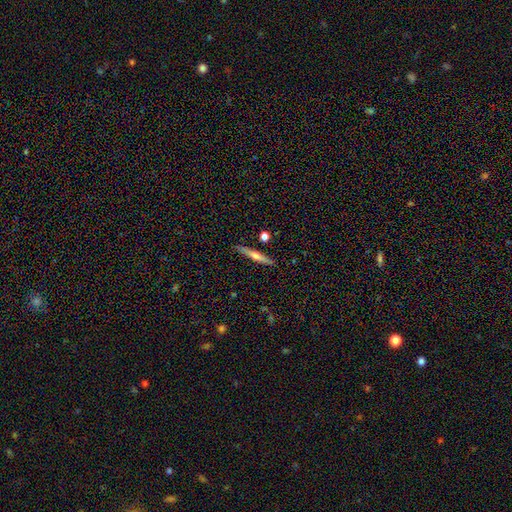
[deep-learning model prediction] A featured or disk galaxy (54%) viewed edge-on (97%) with a rounded central bulge (80%).

Vote fractions:
- Smooth or featured? featured or disk: 54% / smooth: 39% / star or artifact: 7%
- Edge-on disk? yes: 97% / no: 3%
- Edge-on bulge? rounded: 80% / none: 16% / boxy: 4%
- Merging? none: 89% / minor disturbance: 7% / merger: 2% / major disturbance: 2%